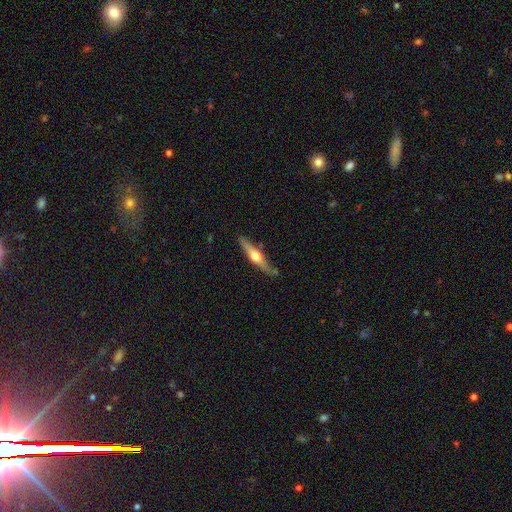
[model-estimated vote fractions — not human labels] smooth_or_featured: featured or disk (p=0.67) [alt: smooth p=0.28]
disk_edge_on: yes (p=0.96) [alt: no p=0.04]
edge_on_bulge: rounded (p=0.93) [alt: boxy p=0.04]
merging: none (p=0.81) [alt: minor disturbance p=0.13]